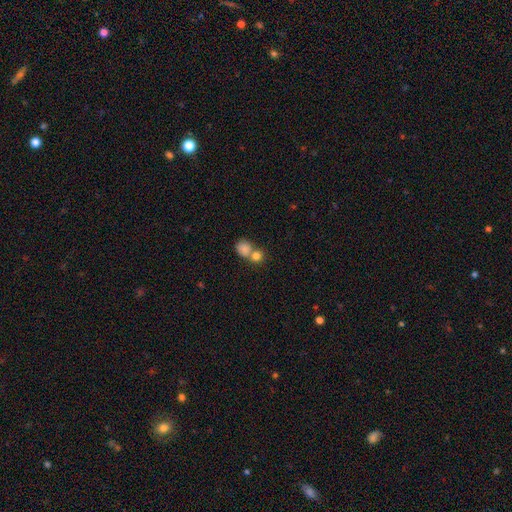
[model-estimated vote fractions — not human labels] Q: Smooth or featured?
A: smooth (82%); runner-up: star or artifact (10%)
Q: How rounded?
A: round (76%); runner-up: in between (23%)
Q: Merging?
A: merger (51%); runner-up: none (38%)